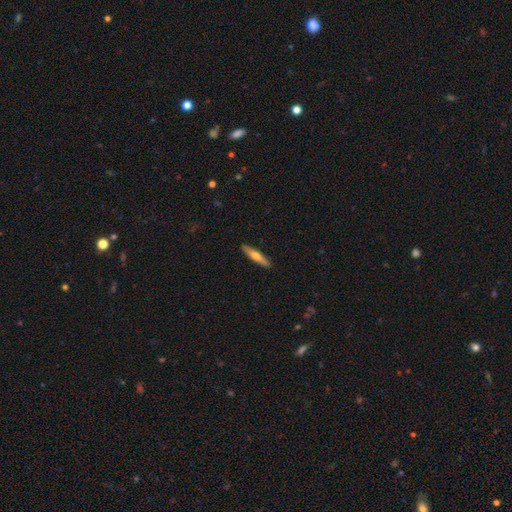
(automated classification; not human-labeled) smooth_or_featured: smooth (p=0.53) [alt: featured or disk p=0.41]
how_rounded: cigar-shaped (p=0.88) [alt: in between p=0.11]
merging: none (p=0.91) [alt: minor disturbance p=0.07]